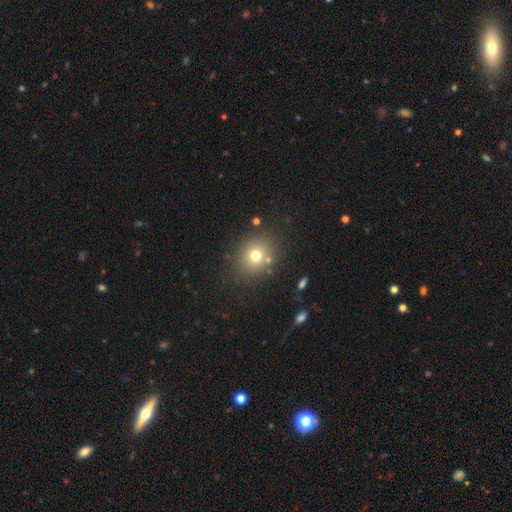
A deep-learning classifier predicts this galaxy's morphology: Q: Smooth or featured?
A: smooth (72%); runner-up: star or artifact (16%)
Q: How rounded?
A: round (73%); runner-up: in between (26%)
Q: Merging?
A: none (80%); runner-up: minor disturbance (10%)